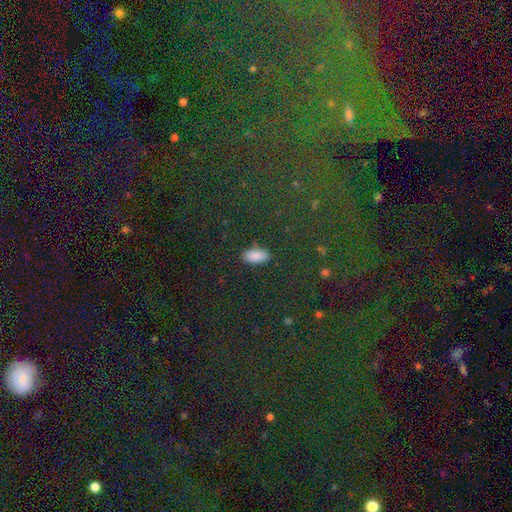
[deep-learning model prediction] This appears to be a smooth galaxy with no disk features (84%) that is in between round and cigar-shaped (91%). Merging: none (85%).